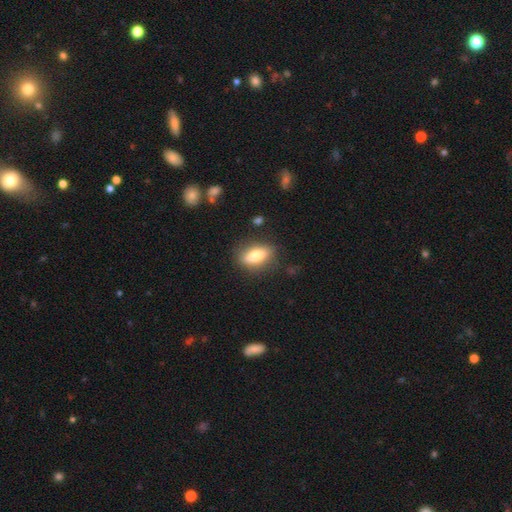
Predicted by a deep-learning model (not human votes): smooth-or-featured: smooth: 67% | featured or disk: 26% | star or artifact: 8%
  how-rounded: in between: 71% | cigar-shaped: 23% | round: 6%
  merging: none: 82% | minor disturbance: 12% | major disturbance: 4% | merger: 2%